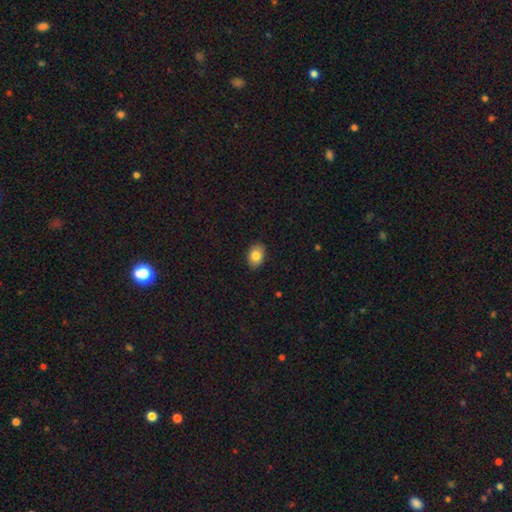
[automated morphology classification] This is clearly a smooth galaxy (83%). How rounded: likely in between (78%). Merging: clearly none (88%).